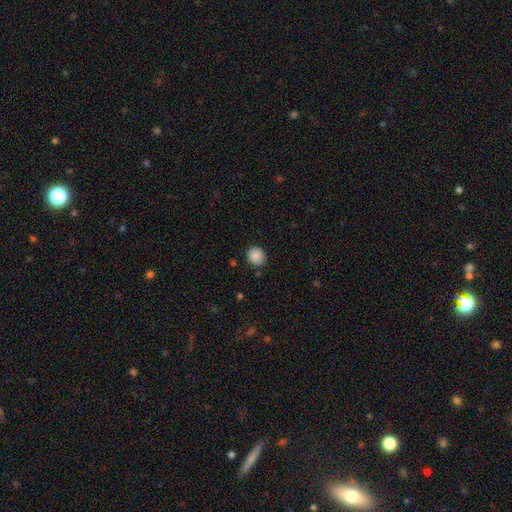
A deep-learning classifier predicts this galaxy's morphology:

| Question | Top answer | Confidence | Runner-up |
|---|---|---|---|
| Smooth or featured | smooth | 88% | star or artifact (9%) |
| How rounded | round | 82% | in between (17%) |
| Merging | none | 87% | minor disturbance (9%) |